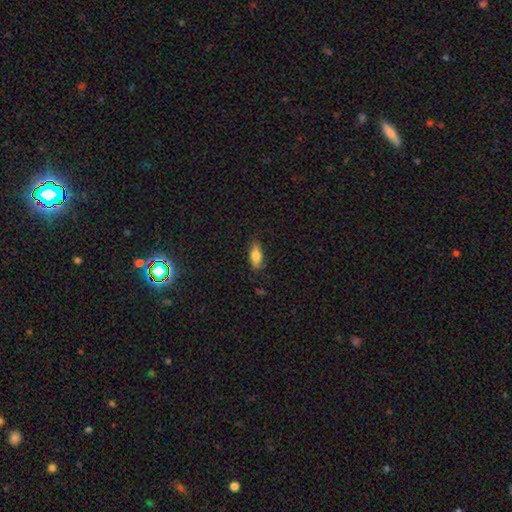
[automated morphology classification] smooth-or-featured: smooth: 80% | featured or disk: 12% | star or artifact: 7%
  how-rounded: in between: 79% | cigar-shaped: 18% | round: 3%
  merging: none: 82% | minor disturbance: 14% | major disturbance: 3% | merger: 1%